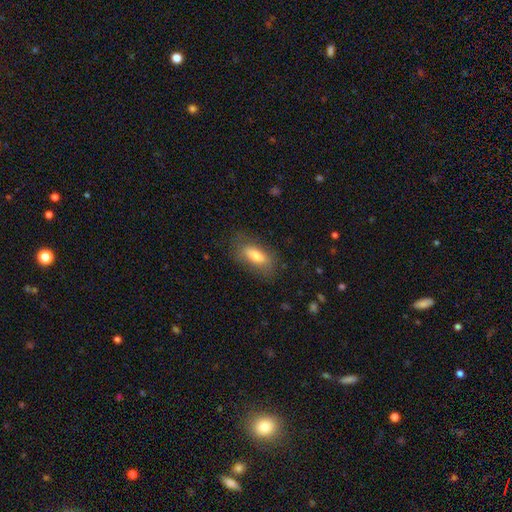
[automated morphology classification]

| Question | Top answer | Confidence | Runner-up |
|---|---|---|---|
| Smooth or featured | smooth | 75% | featured or disk (18%) |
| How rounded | in between | 77% | cigar-shaped (20%) |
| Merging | none | 75% | minor disturbance (17%) |